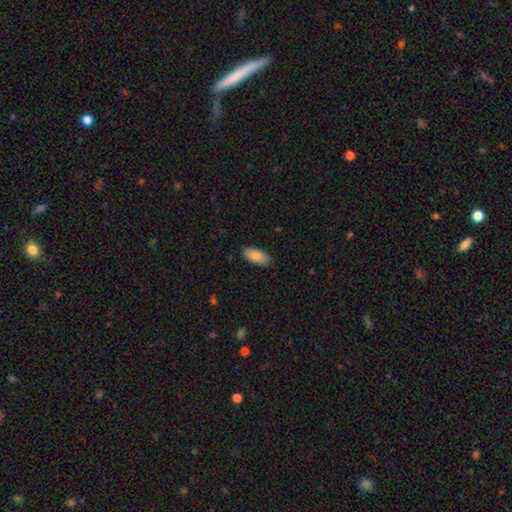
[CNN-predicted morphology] smooth 88%, featured or disk 6%, star or artifact 6%. Down the decision tree: how rounded — in between (91%); merging — none (85%).